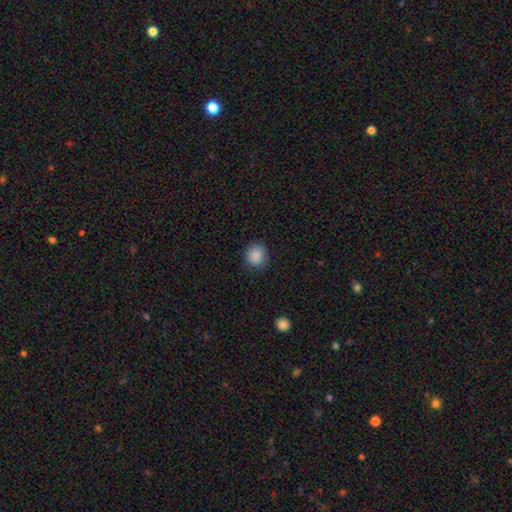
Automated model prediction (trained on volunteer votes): Q: Smooth or featured?
A: smooth (88%); runner-up: star or artifact (9%)
Q: How rounded?
A: round (83%); runner-up: in between (16%)
Q: Merging?
A: none (86%); runner-up: minor disturbance (10%)